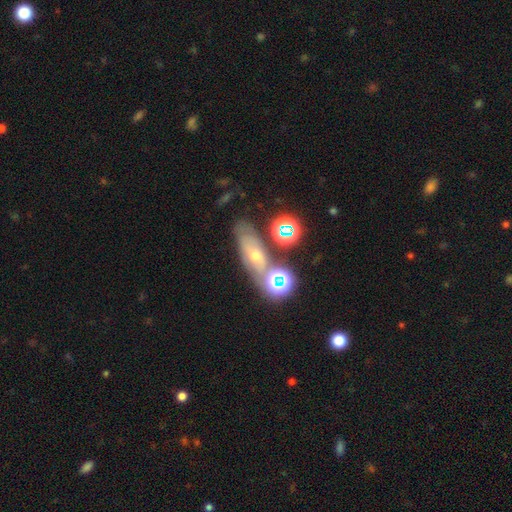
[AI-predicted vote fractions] A star or artifact, not a galaxy (35%).

Vote fractions:
- Smooth or featured? star or artifact: 35% / smooth: 33% / featured or disk: 32%